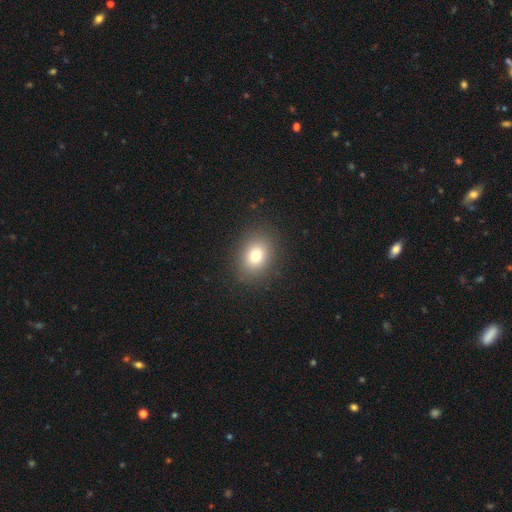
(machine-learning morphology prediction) Q: Smooth or featured?
A: smooth (78%); runner-up: star or artifact (12%)
Q: How rounded?
A: in between (54%); runner-up: round (45%)
Q: Merging?
A: none (88%); runner-up: minor disturbance (8%)